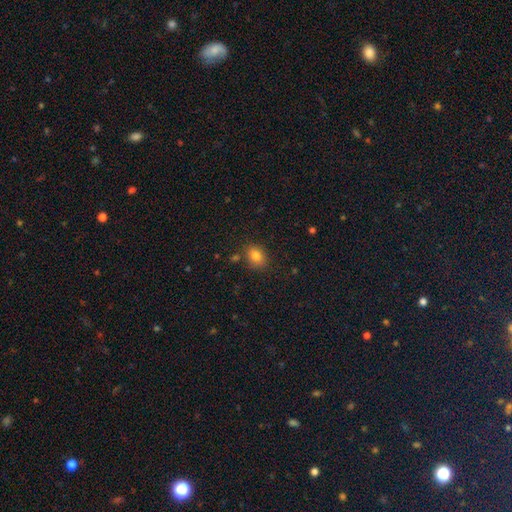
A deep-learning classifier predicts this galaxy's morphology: smooth 82%, star or artifact 11%, featured or disk 7%. Down the decision tree: how rounded — in between (58%); merging — none (81%).